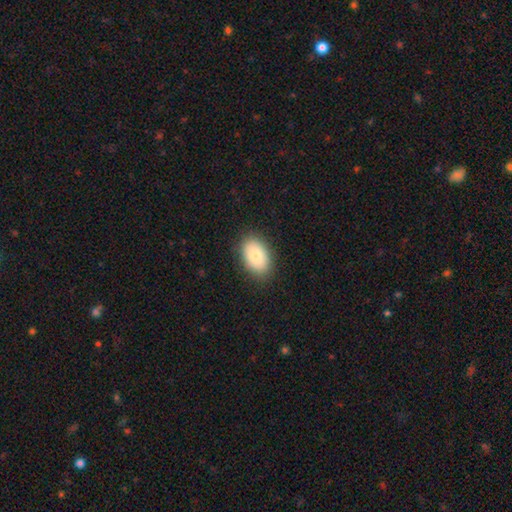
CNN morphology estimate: A smooth galaxy with no disk features (86%) that is in between round and cigar-shaped (89%). Merging: none (87%).